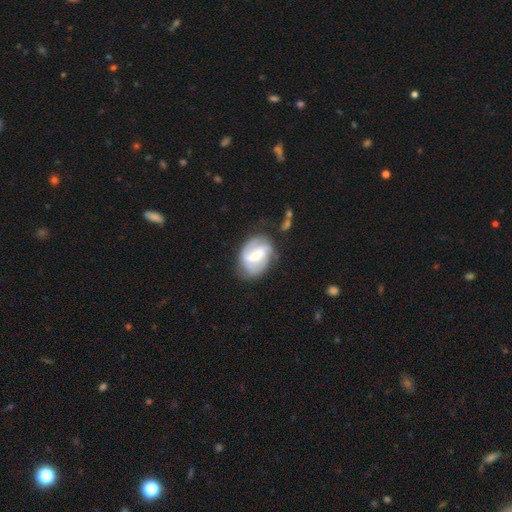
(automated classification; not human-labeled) Smooth or featured? featured or disk (79%)
Edge-on disk? no (97%)
Bar? weak (47%)
Spiral arms? yes (93%)
Spiral winding? medium (45%)
Spiral arm count? 2 (53%)
Bulge size? moderate (45%, tied with small)
Merging? none (64%)